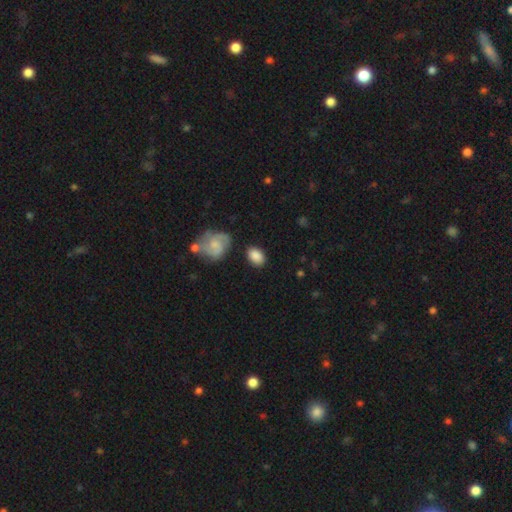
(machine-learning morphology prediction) A smooth galaxy with no disk features (82%) that is in between round and cigar-shaped (80%).

Vote fractions:
- Smooth or featured? smooth: 82% / featured or disk: 11% / star or artifact: 7%
- How rounded? in between: 80% / round: 19% / cigar-shaped: 1%
- Merging? none: 77% / minor disturbance: 14% / merger: 5% / major disturbance: 4%